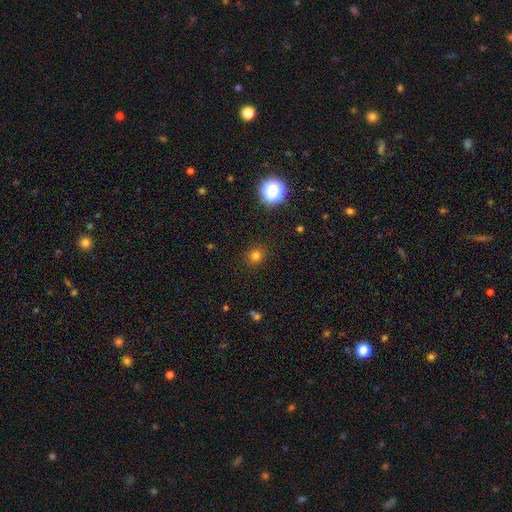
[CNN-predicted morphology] Smooth or featured? Predicted: smooth (p=0.77). How rounded? Predicted: round (p=0.86). Merging? Predicted: none (p=0.89).